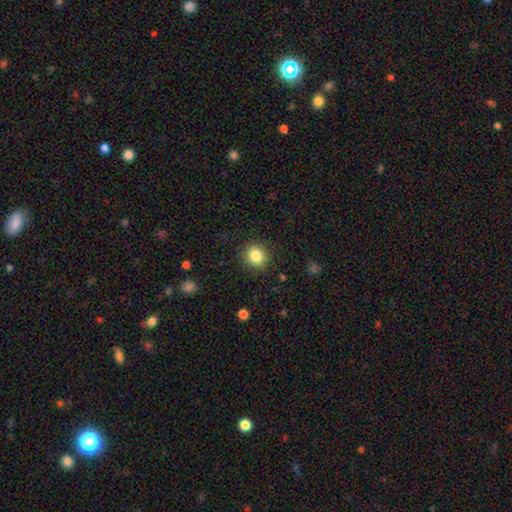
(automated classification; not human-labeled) Morphology: type=smooth (85%); roundness=round (72%); merging=none (88%).